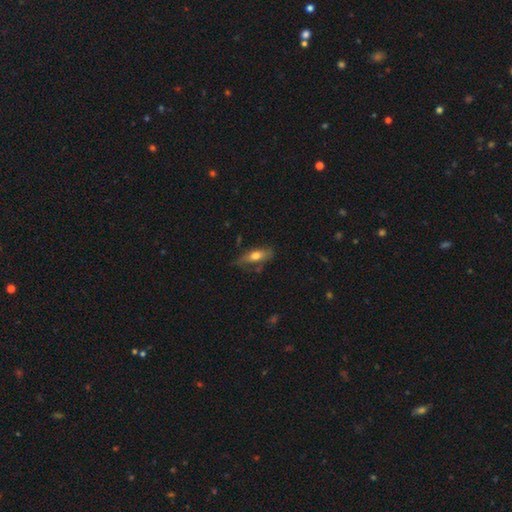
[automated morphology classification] A smooth galaxy with no disk features (60%) that is in between round and cigar-shaped (64%). Merging: none (58%).